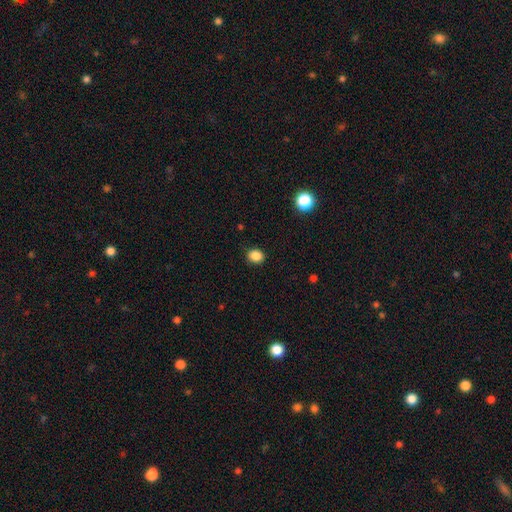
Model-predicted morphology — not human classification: Smooth or featured? smooth (86%)
How rounded? round (62%)
Merging? none (87%)